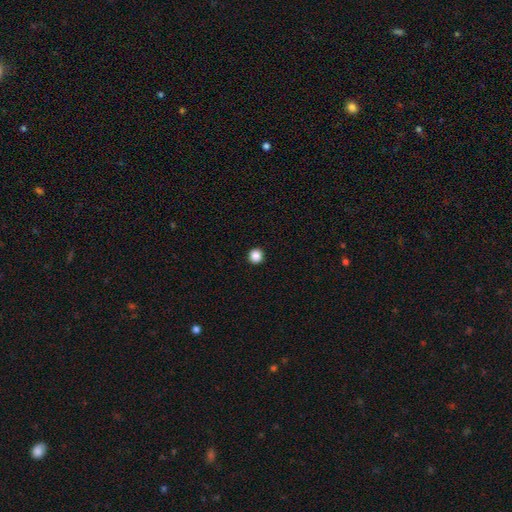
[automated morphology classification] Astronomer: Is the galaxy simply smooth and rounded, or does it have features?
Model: smooth — 87%.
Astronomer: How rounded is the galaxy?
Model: round — 94%.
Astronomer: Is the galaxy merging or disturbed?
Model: none — 94%.